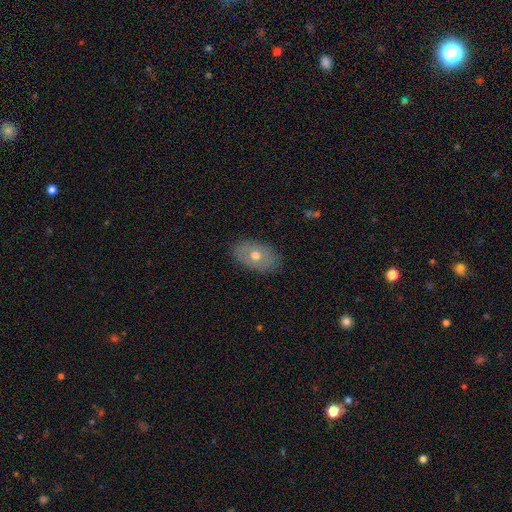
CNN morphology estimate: The model was most divided on "smooth or featured": smooth: 57%, featured or disk: 35%, star or artifact: 8%. More confident: how rounded — in between (88%); merging — none (85%).